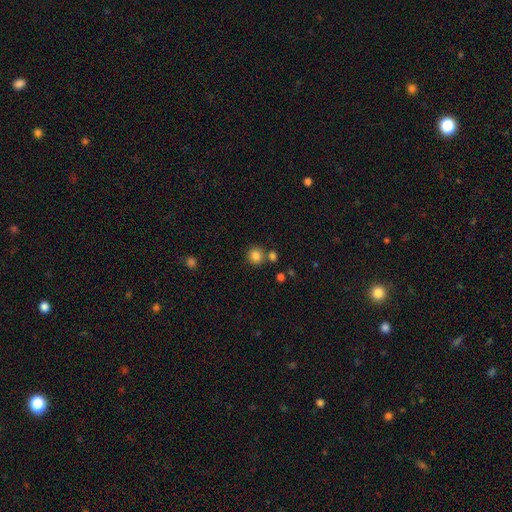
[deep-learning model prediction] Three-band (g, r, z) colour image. It shows a smooth galaxy with no disk features (84%) that is round (91%). Merging: none (74%).